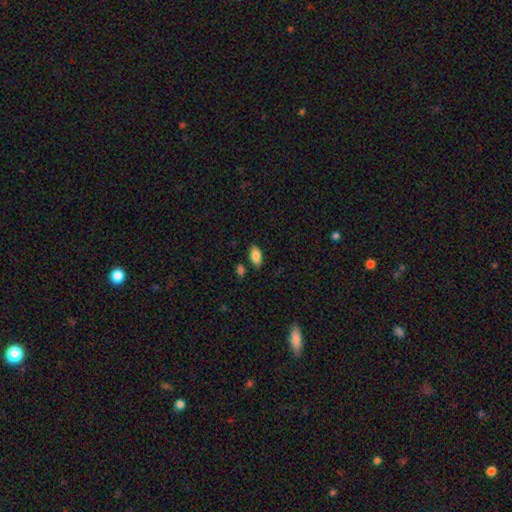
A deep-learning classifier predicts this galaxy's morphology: This appears to be a smooth galaxy with no disk features (85%) that is in between round and cigar-shaped (92%). Merging: none (83%).